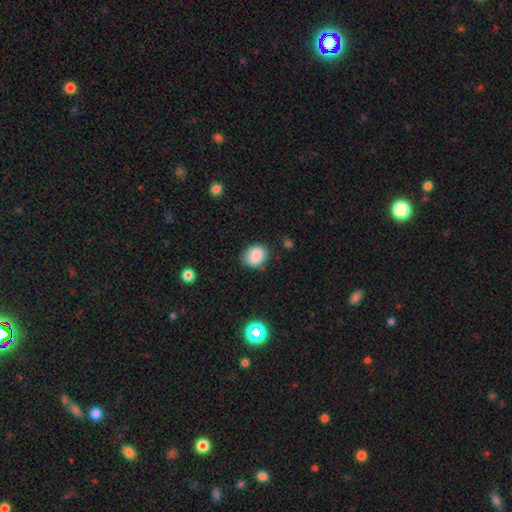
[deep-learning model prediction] Smooth or featured? Predicted: smooth (p=0.84). How rounded? Predicted: round (p=0.58). Merging? Predicted: none (p=0.70).